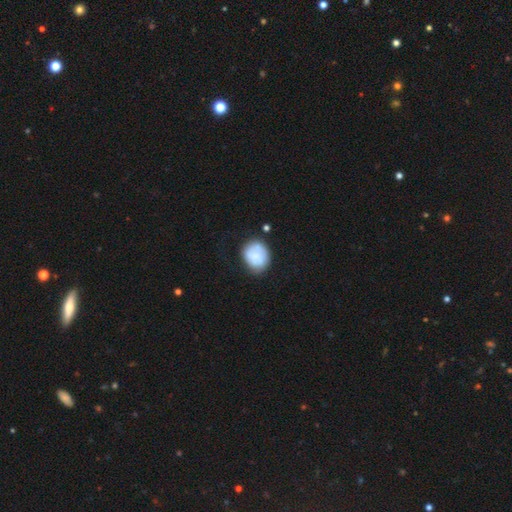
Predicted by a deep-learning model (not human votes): Smooth or featured: smooth — 66% (featured or disk — 26%)
How rounded: round — 62% (in between — 37%)
Merging: none — 62% (minor disturbance — 25%)